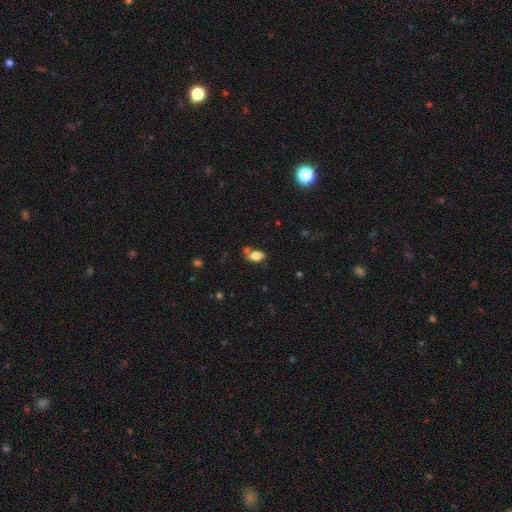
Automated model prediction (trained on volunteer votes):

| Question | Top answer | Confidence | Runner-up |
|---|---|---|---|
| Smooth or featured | smooth | 82% | star or artifact (10%) |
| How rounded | in between | 88% | round (10%) |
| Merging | none | 58% | minor disturbance (18%) |